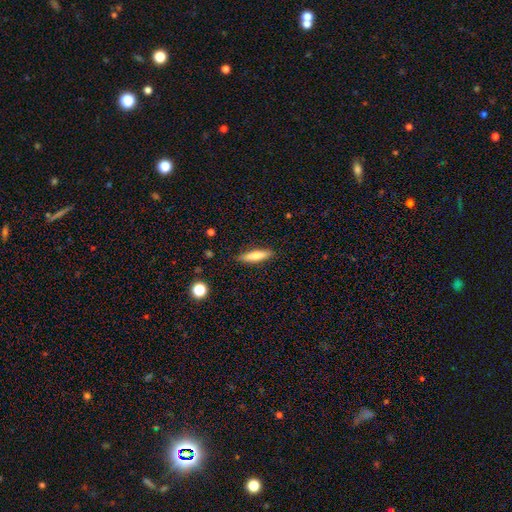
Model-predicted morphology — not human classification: The model was most divided on "smooth or featured": smooth: 74%, featured or disk: 20%, star or artifact: 6%. More confident: merging — none (87%); how rounded — cigar-shaped (77%).